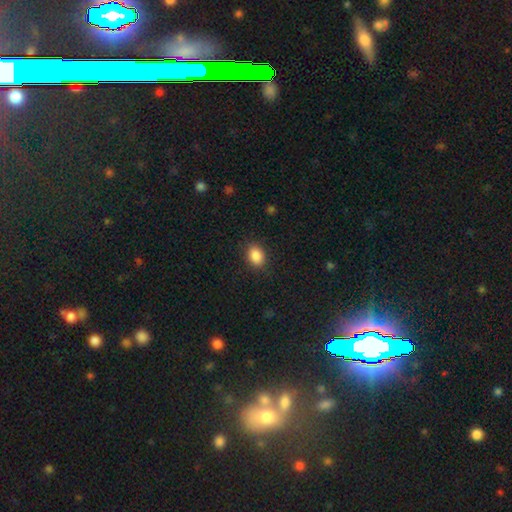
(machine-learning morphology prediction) smooth-or-featured: smooth: 88% | star or artifact: 9% | featured or disk: 3%
  how-rounded: in between: 71% | round: 28% | cigar-shaped: 1%
  merging: none: 87% | minor disturbance: 10% | major disturbance: 3% | merger: 1%